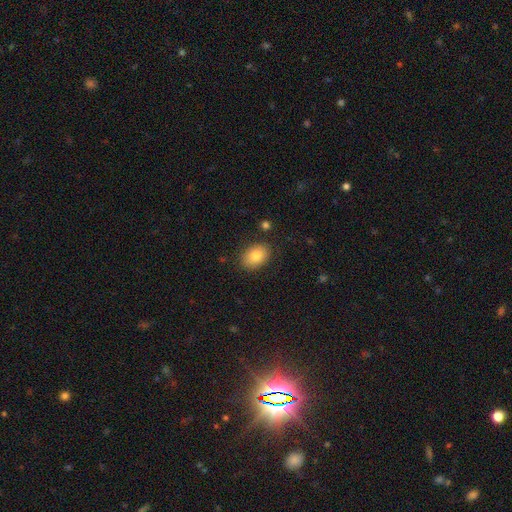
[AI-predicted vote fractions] Smooth or featured: smooth — 83% (featured or disk — 10%)
How rounded: in between — 80% (round — 19%)
Merging: none — 85% (minor disturbance — 11%)